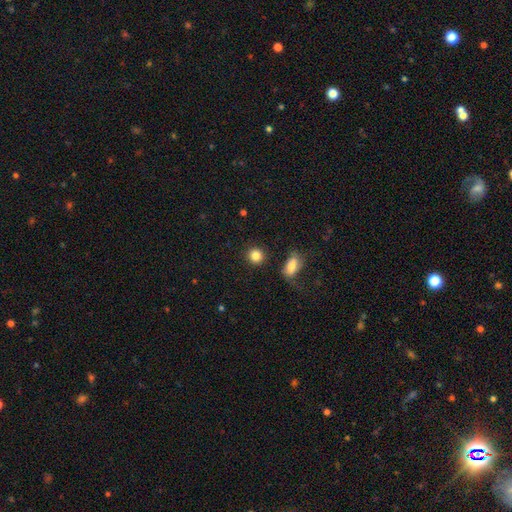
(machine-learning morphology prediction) This appears to be a smooth galaxy with no disk features (85%) that is round (87%). Merging: none (87%).